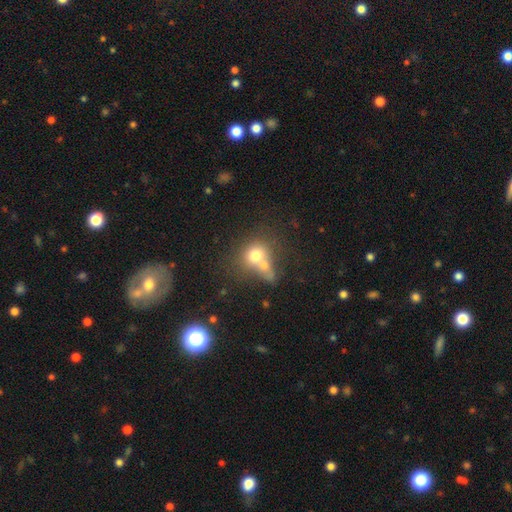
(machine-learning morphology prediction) Overall: smooth (69%). How rounded: round (67%; in between 32%). Merging: merger (59%; none 26%).